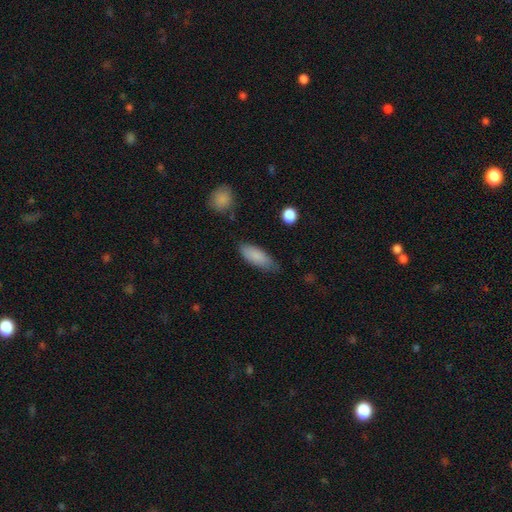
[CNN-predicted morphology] type=smooth (86%); roundness=in between (75%); merging=none (71%).